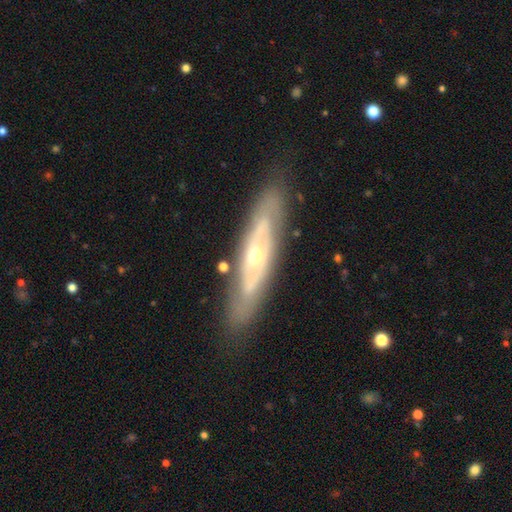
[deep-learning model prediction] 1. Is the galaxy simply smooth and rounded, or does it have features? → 72% featured or disk, 22% smooth, 6% star or artifact.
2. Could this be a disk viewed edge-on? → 64% no, 36% yes.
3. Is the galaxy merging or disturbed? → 83% none, 12% minor disturbance, 4% major disturbance, 2% merger.